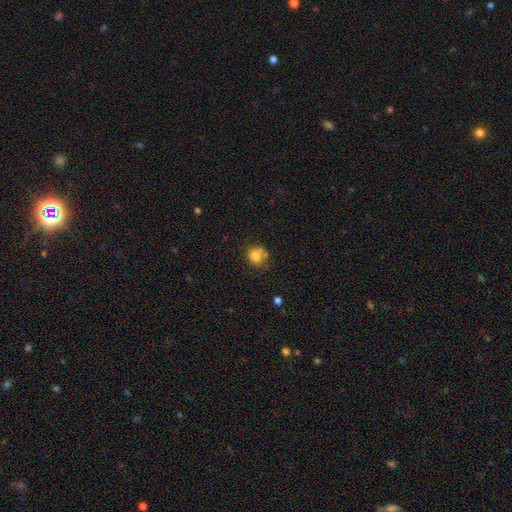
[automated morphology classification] type=smooth (77%); roundness=round (72%); merging=none (54%).